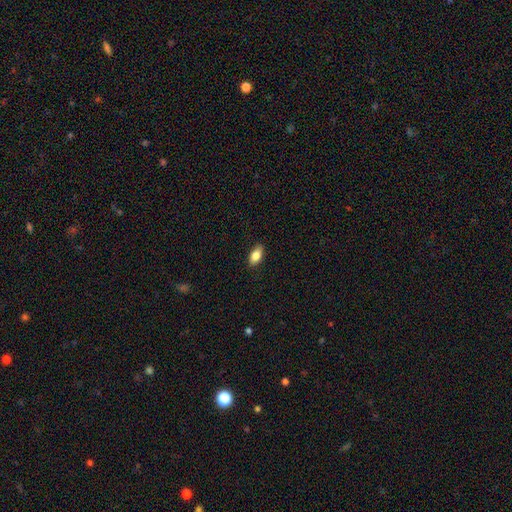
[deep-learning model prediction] The model was most divided on "smooth or featured": smooth: 83%, featured or disk: 10%, star or artifact: 7%. More confident: how rounded — in between (90%); merging — none (86%).